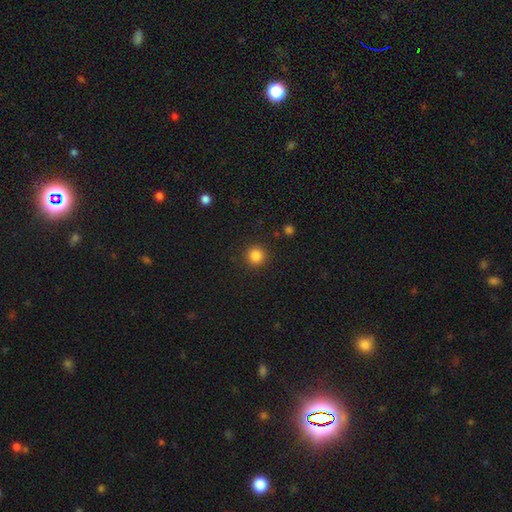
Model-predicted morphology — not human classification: A smooth galaxy with no disk features (85%) that is round (95%). Merging: none (91%).